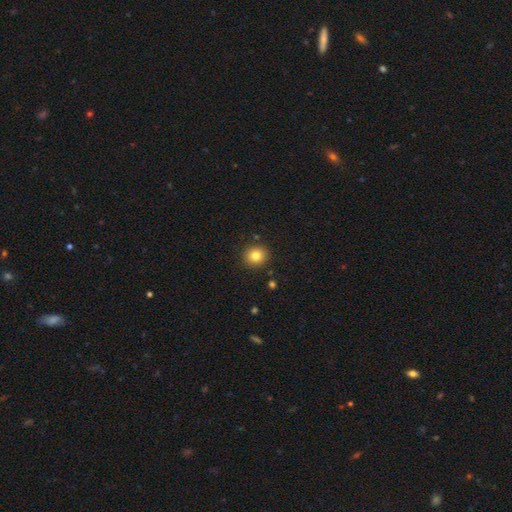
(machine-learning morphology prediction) smooth-or-featured: smooth: 82% | star or artifact: 11% | featured or disk: 7%
  how-rounded: round: 86% | in between: 13% | cigar-shaped: 1%
  merging: none: 90% | minor disturbance: 7% | major disturbance: 2% | merger: 2%